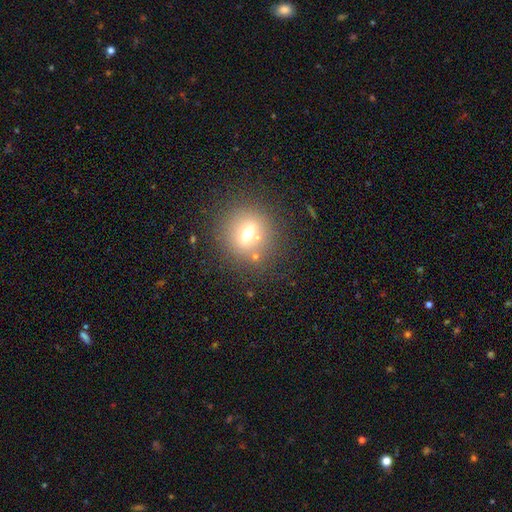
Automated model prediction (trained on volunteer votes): This is possibly a smooth galaxy (59%). How rounded: likely round (73%). Merging: likely none (72%).